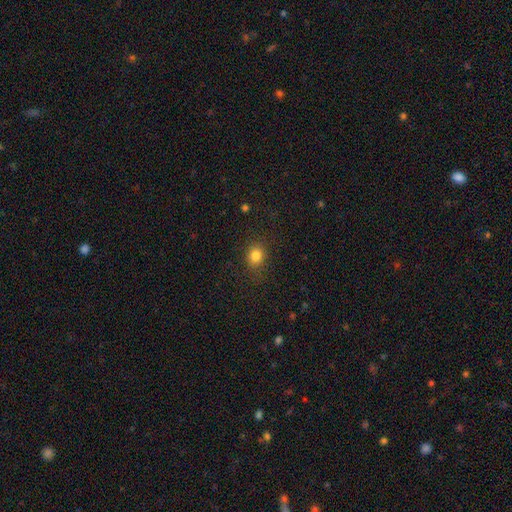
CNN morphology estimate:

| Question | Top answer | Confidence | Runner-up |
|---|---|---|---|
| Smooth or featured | smooth | 82% | star or artifact (12%) |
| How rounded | round | 64% | in between (35%) |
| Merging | none | 85% | minor disturbance (11%) |